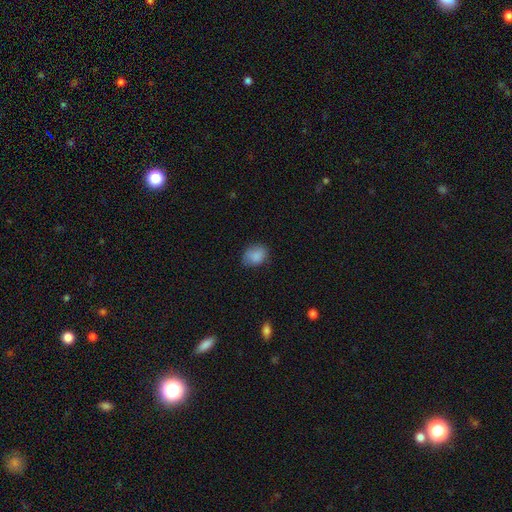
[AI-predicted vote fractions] Overall: smooth (86%). How rounded: in between (58%; round 41%). Merging: none (75%).